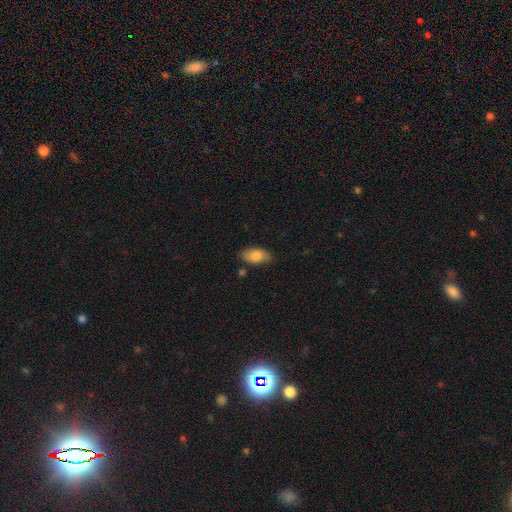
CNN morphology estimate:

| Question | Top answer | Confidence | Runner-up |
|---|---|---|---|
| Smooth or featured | smooth | 84% | featured or disk (10%) |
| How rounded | in between | 91% | cigar-shaped (6%) |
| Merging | none | 81% | minor disturbance (14%) |